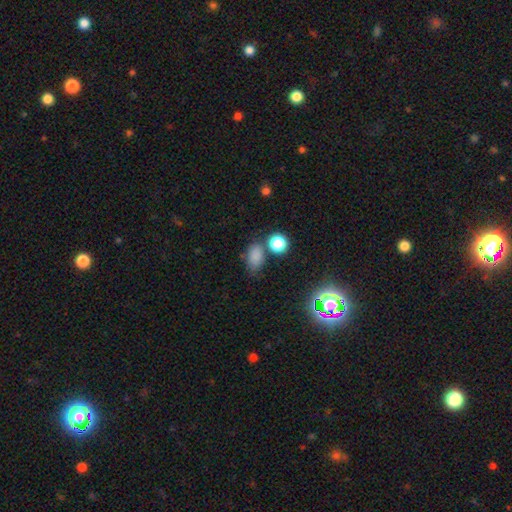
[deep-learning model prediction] Smooth or featured? Predicted: smooth (p=0.78). How rounded? Predicted: in between (p=0.79). Merging? Predicted: none (p=0.63).